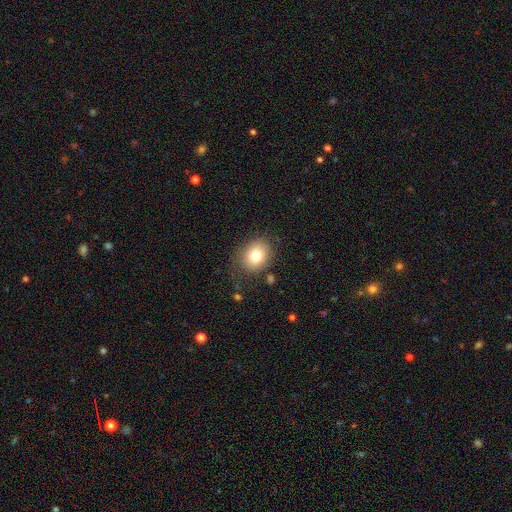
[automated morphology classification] smooth-or-featured: smooth: 78% | featured or disk: 12% | star or artifact: 10%
  how-rounded: round: 56% | in between: 43% | cigar-shaped: 1%
  merging: none: 74% | minor disturbance: 17% | major disturbance: 7% | merger: 2%